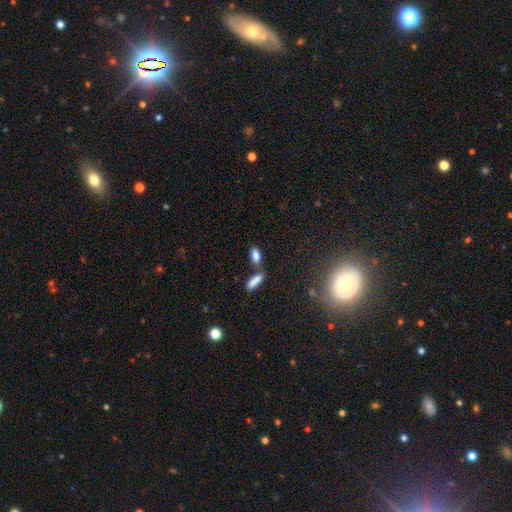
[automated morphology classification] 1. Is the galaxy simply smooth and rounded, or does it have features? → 83% smooth, 9% star or artifact, 8% featured or disk.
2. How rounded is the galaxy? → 85% in between, 11% cigar-shaped, 4% round.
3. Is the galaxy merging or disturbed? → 54% none, 31% merger, 11% minor disturbance, 4% major disturbance.